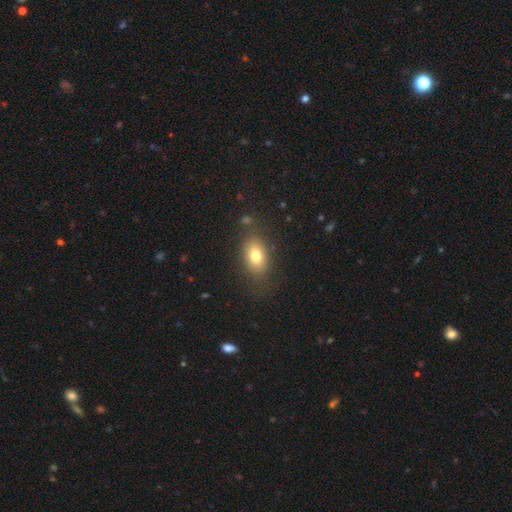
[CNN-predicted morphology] Smooth or featured? smooth (76%)
How rounded? in between (84%)
Merging? none (78%)